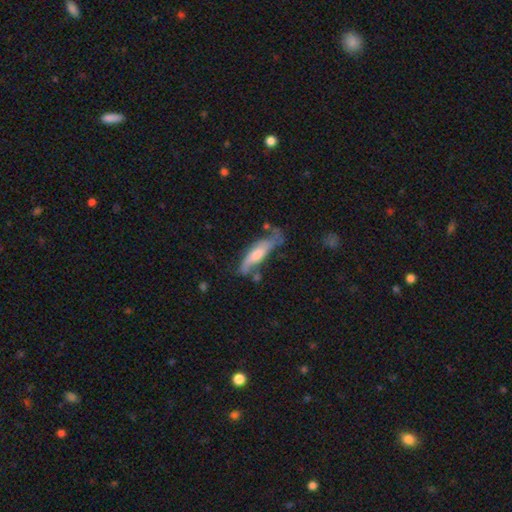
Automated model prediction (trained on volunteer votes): Smooth or featured: smooth — 50% (featured or disk — 44%)
Merging: none — 43% (minor disturbance — 30%)